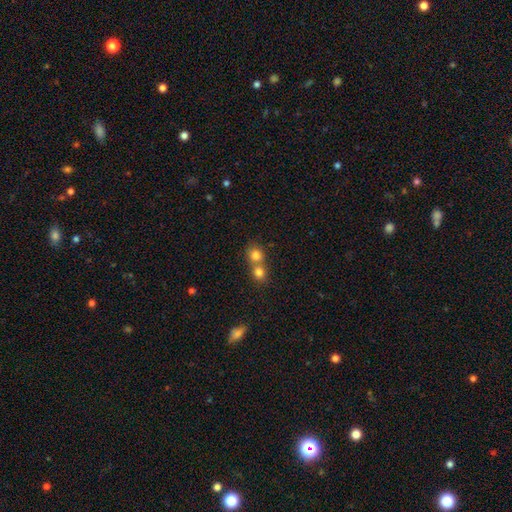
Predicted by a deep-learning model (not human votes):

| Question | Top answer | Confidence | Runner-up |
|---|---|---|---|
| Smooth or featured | smooth | 81% | star or artifact (11%) |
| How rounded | round | 81% | in between (18%) |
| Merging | merger | 56% | none (37%) |